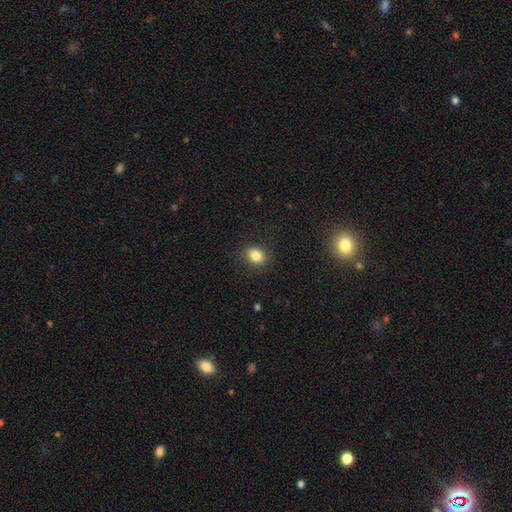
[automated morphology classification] type=smooth (83%); roundness=in between (54%); merging=none (87%).